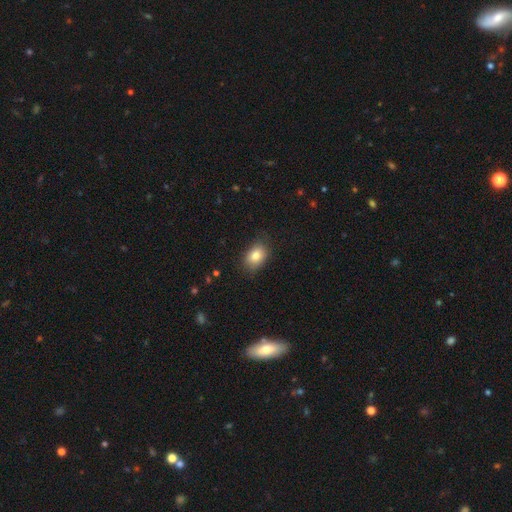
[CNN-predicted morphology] Smooth or featured: smooth — 82% (featured or disk — 10%)
How rounded: in between — 78% (round — 21%)
Merging: none — 80% (minor disturbance — 16%)